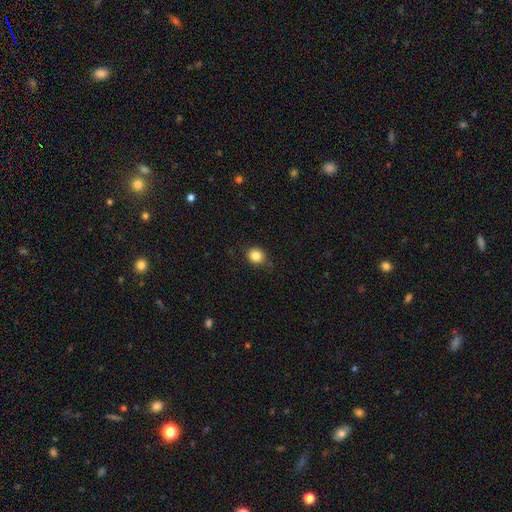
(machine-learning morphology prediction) This is clearly a smooth galaxy (84%). How rounded: clearly round (84%). Merging: clearly none (84%).